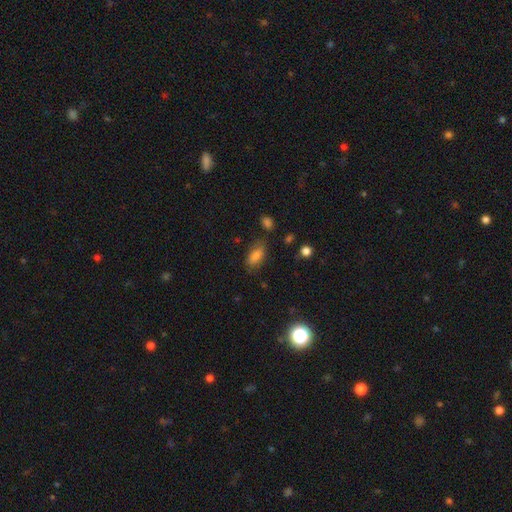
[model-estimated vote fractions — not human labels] smooth_or_featured: smooth (p=0.81) [alt: star or artifact p=0.10]
how_rounded: in between (p=0.82) [alt: cigar-shaped p=0.14]
merging: none (p=0.71) [alt: minor disturbance p=0.20]